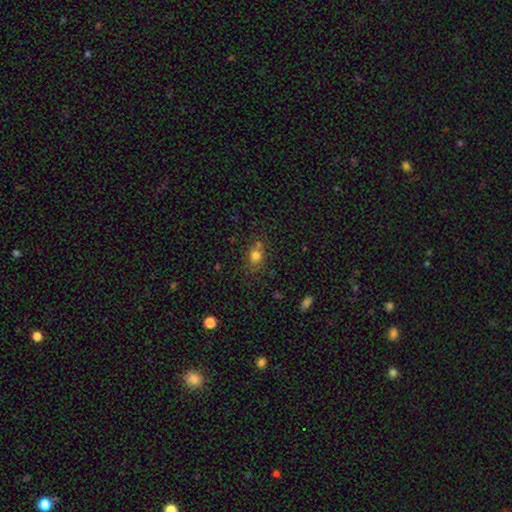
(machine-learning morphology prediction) smooth-or-featured: smooth: 76% | star or artifact: 14% | featured or disk: 10%
  how-rounded: round: 54% | in between: 44% | cigar-shaped: 2%
  merging: none: 61% | minor disturbance: 17% | merger: 16% | major disturbance: 6%